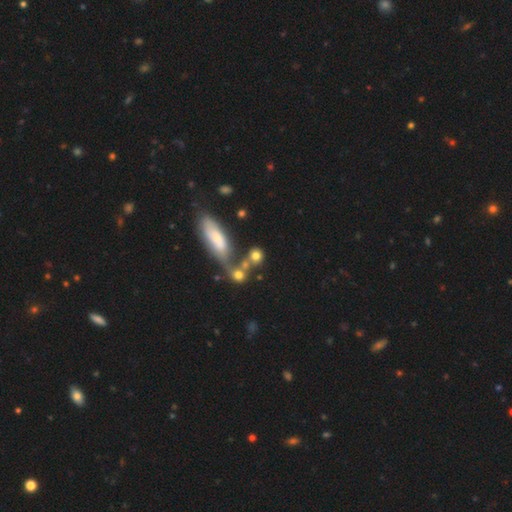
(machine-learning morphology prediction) Smooth or featured: smooth — 73% (featured or disk — 14%)
How rounded: round — 78% (in between — 18%)
Merging: none — 45% (merger — 38%)